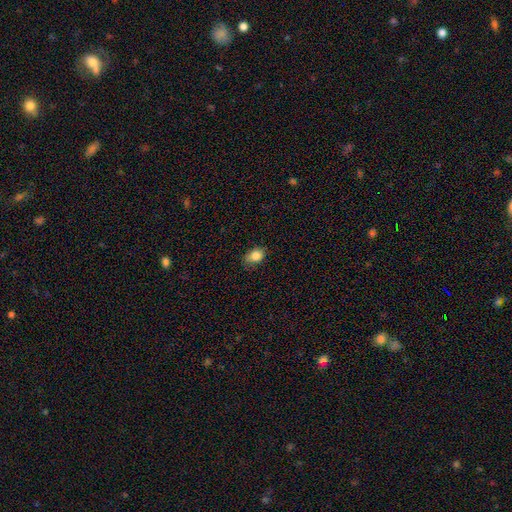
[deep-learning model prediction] smooth-or-featured: smooth: 84% | star or artifact: 9% | featured or disk: 6%
  how-rounded: in between: 65% | round: 34% | cigar-shaped: 1%
  merging: none: 70% | minor disturbance: 24% | major disturbance: 5% | merger: 1%